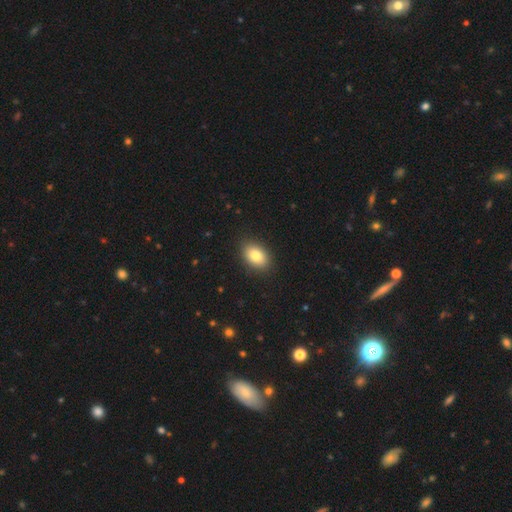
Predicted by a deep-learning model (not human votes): A smooth galaxy with no disk features (82%) that is in between round and cigar-shaped (87%).

Vote fractions:
- Smooth or featured? smooth: 82% / featured or disk: 10% / star or artifact: 8%
- How rounded? in between: 87% / round: 12% / cigar-shaped: 1%
- Merging? none: 88% / minor disturbance: 9% / major disturbance: 2% / merger: 1%